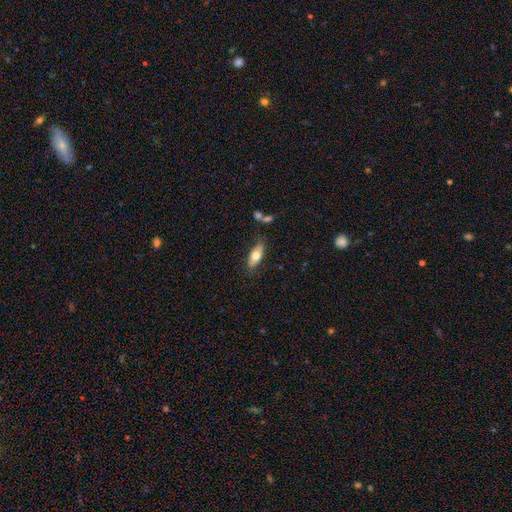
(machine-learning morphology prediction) Overall: smooth (67%; featured or disk 27%). How rounded: in between (76%). Merging: none (77%).